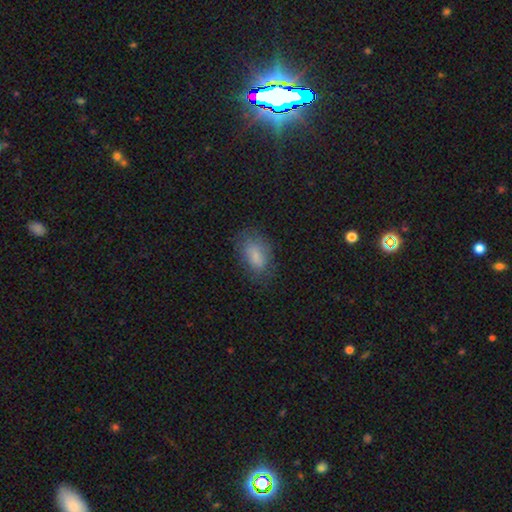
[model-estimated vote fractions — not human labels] Smooth or featured? Predicted: smooth (p=0.78). How rounded? Predicted: in between (p=0.88). Merging? Predicted: none (p=0.68).